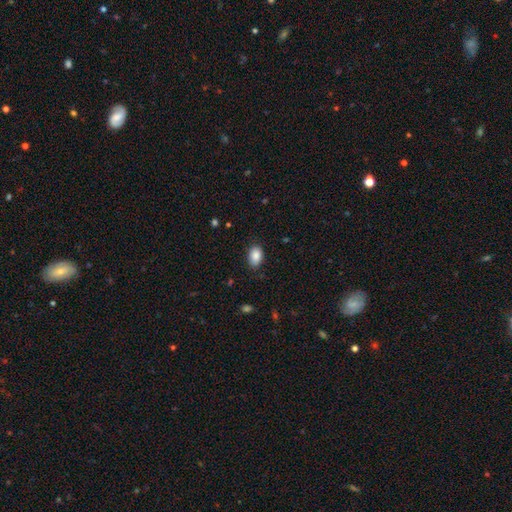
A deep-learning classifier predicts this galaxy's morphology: smooth_or_featured: smooth (p=0.87) [alt: star or artifact p=0.07]
how_rounded: in between (p=0.86) [alt: round p=0.13]
merging: none (p=0.82) [alt: minor disturbance p=0.14]